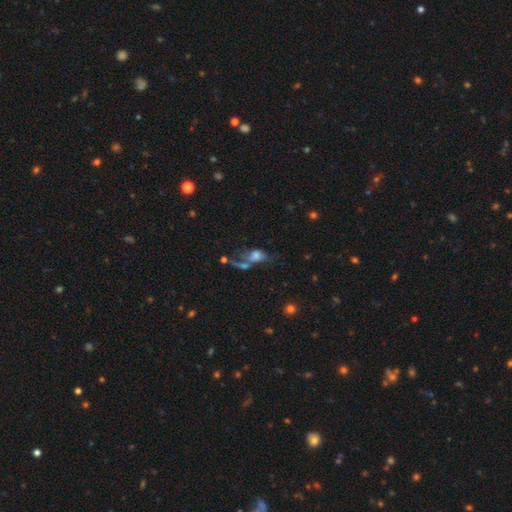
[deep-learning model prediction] A smooth galaxy with no disk features (56%) that is in between round and cigar-shaped (70%). Merging: merger (42%).